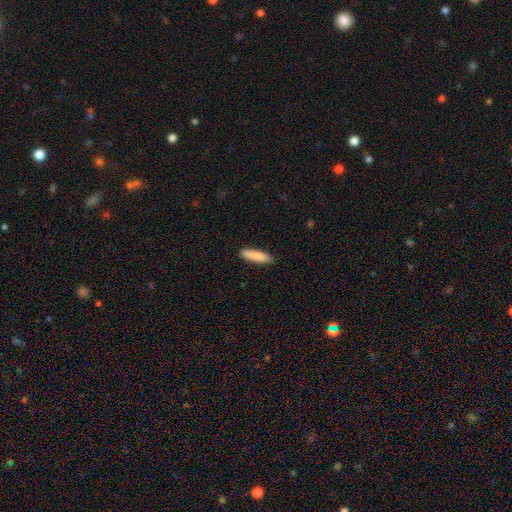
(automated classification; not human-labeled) Overall: smooth (86%). How rounded: cigar-shaped (76%). Merging: none (88%).